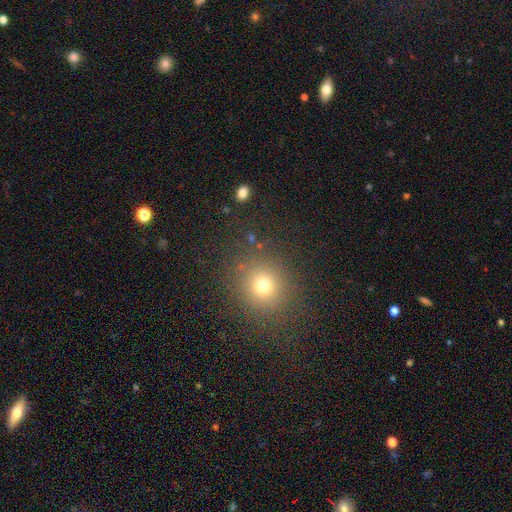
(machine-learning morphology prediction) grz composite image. It shows a smooth galaxy with no disk features (60%) that is round (79%). Merging: none (87%).